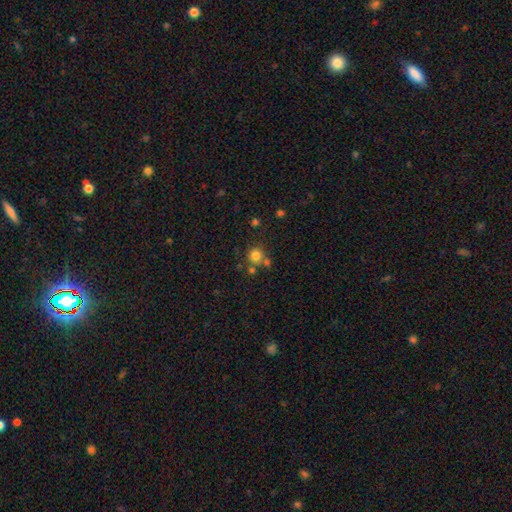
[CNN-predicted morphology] Smooth or featured? smooth (78%)
How rounded? round (92%)
Merging? none (68%)